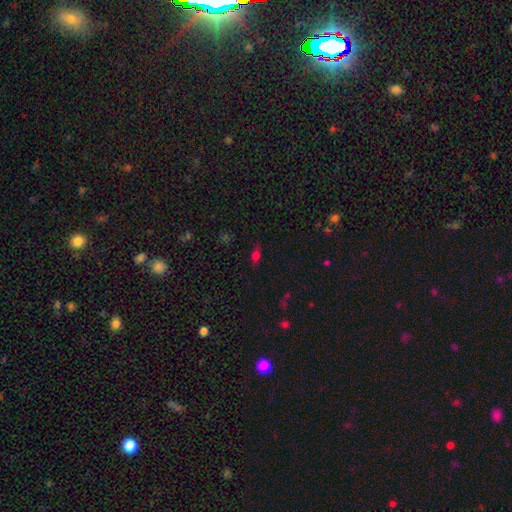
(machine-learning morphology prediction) Smooth or featured? smooth (62%)
How rounded? in between (76%)
Merging? none (79%)